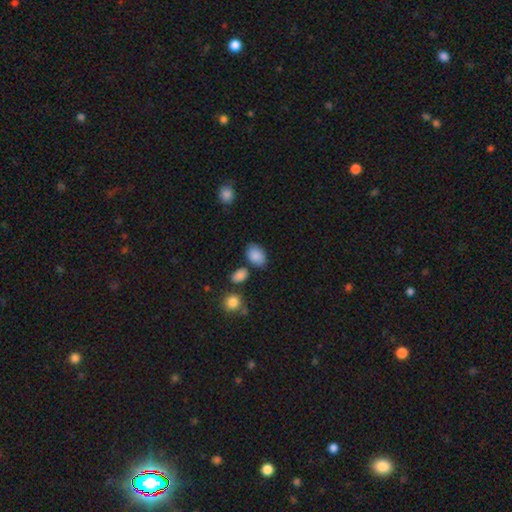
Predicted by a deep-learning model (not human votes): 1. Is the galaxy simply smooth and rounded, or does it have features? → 86% smooth, 8% star or artifact, 6% featured or disk.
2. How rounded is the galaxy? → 86% in between, 13% round, 1% cigar-shaped.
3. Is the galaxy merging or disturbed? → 71% none, 17% minor disturbance, 8% merger, 4% major disturbance.